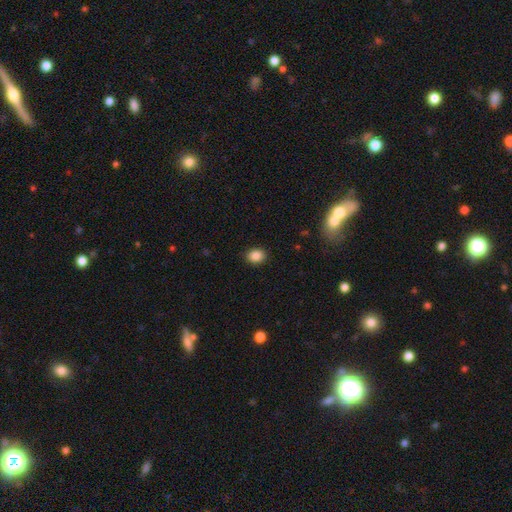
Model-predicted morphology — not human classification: type=smooth (87%); roundness=in between (51%); merging=none (89%).